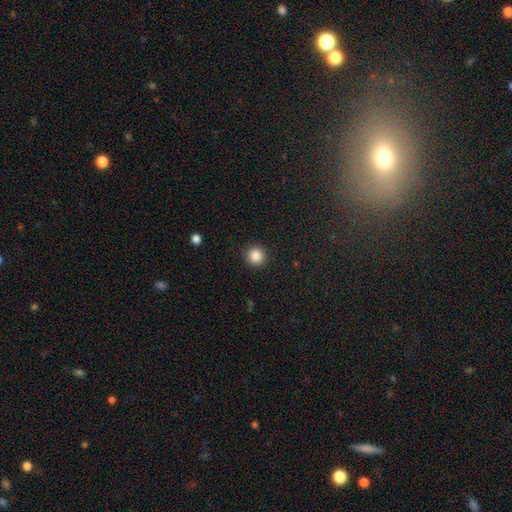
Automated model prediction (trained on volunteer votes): This appears to be a smooth galaxy with no disk features (85%) that is round (95%). Merging: none (92%).